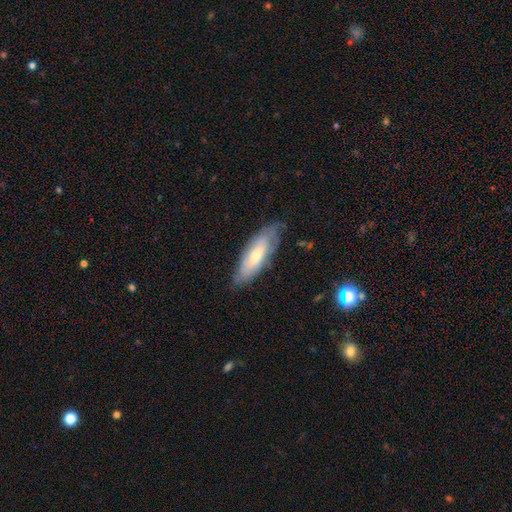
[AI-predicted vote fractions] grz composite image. It shows a smooth galaxy with no disk features (49%). Merging: none (70%).